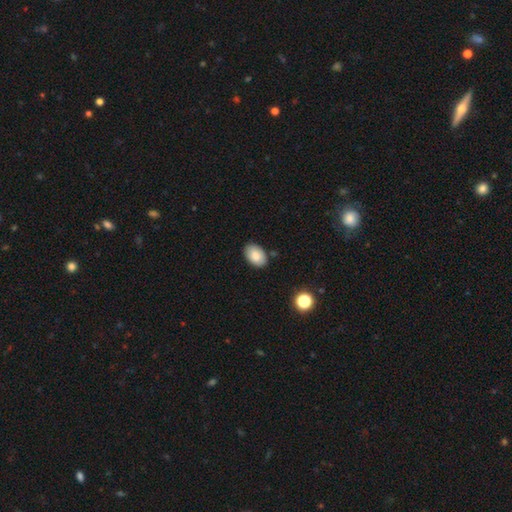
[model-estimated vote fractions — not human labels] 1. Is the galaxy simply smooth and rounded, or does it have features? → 85% smooth, 7% star or artifact, 7% featured or disk.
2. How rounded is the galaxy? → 90% in between, 9% round, 1% cigar-shaped.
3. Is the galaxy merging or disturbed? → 84% none, 11% minor disturbance, 2% major disturbance, 2% merger.